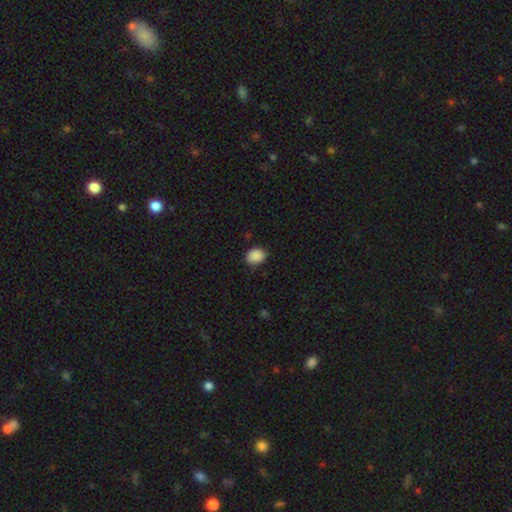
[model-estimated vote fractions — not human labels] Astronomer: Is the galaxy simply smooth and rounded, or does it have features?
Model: smooth — 88%.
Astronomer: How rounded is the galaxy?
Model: in between — 56% (runner-up: round, 43%).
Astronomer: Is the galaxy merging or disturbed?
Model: none — 78%.